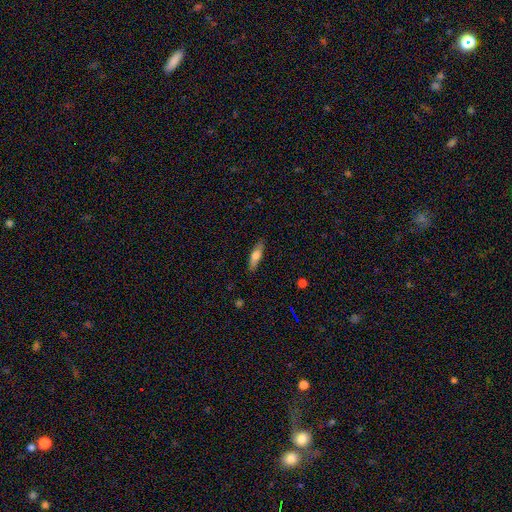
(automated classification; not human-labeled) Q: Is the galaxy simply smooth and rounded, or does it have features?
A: smooth — 67%.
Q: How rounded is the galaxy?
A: cigar-shaped — 59%.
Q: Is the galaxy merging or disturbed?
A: none — 83%.